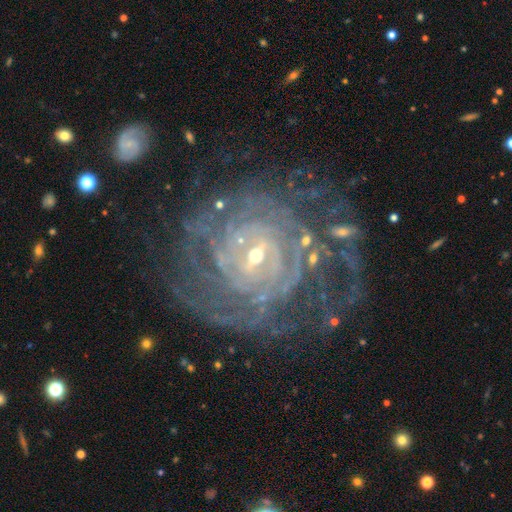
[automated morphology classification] Smooth or featured? featured or disk (87%)
Edge-on disk? no (97%)
Bar? weak (42%)
Spiral arms? yes (94%)
Spiral winding? tight (79%)
Spiral arm count? can't tell (39%)
Bulge size? small (75%)
Merging? none (65%)